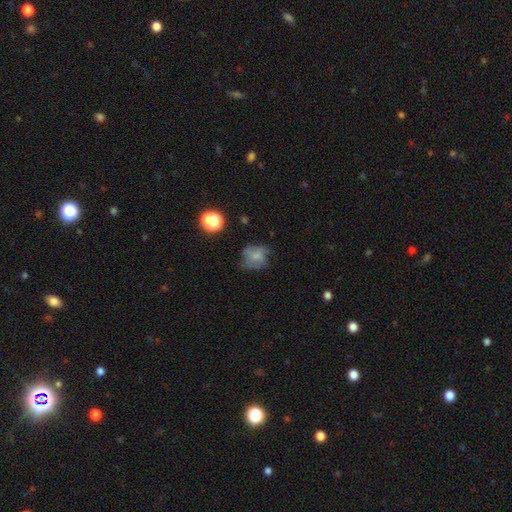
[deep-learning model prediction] The model was most divided on "merging": none: 48%, minor disturbance: 29%, major disturbance: 20%, merger: 3%. More confident: how rounded — round (63%); smooth or featured — smooth (60%).